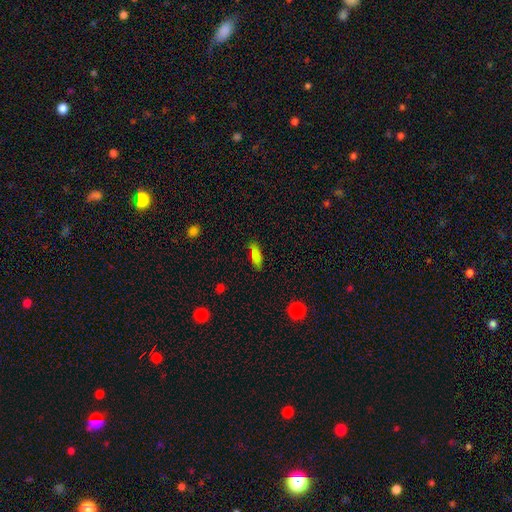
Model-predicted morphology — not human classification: smooth-or-featured: smooth: 82% | star or artifact: 9% | featured or disk: 8%
  how-rounded: in between: 55% | cigar-shaped: 43% | round: 2%
  merging: none: 78% | minor disturbance: 16% | major disturbance: 4% | merger: 2%